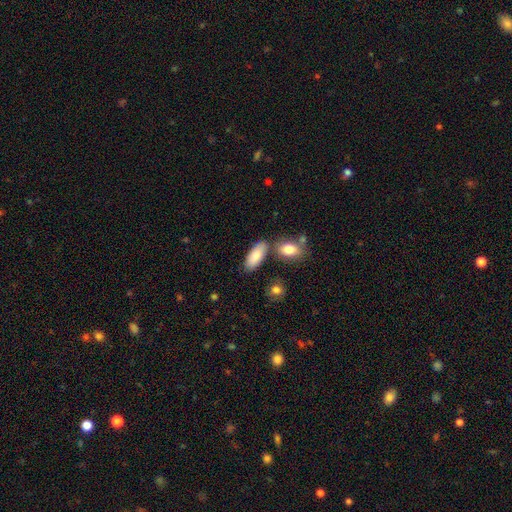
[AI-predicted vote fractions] Smooth or featured: smooth — 83% (featured or disk — 10%)
How rounded: in between — 84% (cigar-shaped — 14%)
Merging: none — 69% (minor disturbance — 14%)